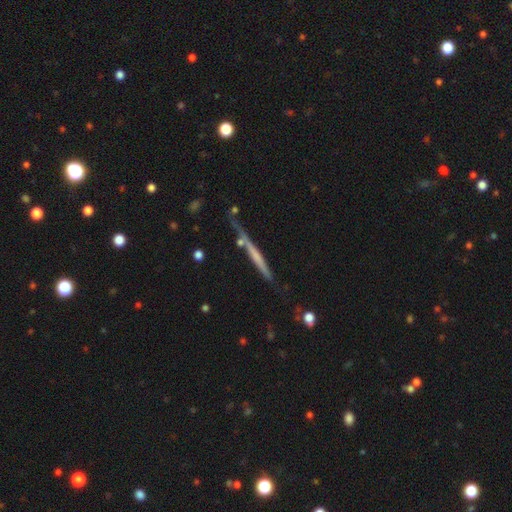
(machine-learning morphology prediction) Smooth or featured? Predicted: featured or disk (p=0.53). Edge-on disk? Predicted: yes (p=0.95). Edge-on bulge? Predicted: none (p=0.76). Merging? Predicted: none (p=0.70).